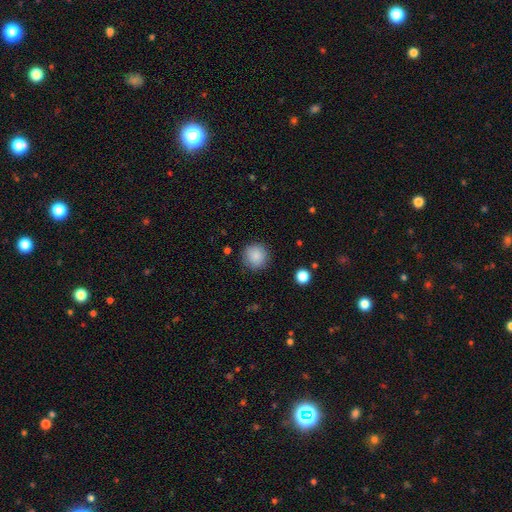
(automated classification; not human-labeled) Smooth or featured?
  - smooth: 87% *
  - star or artifact: 9%
  - featured or disk: 4%
How rounded?
  - round: 94% *
  - in between: 5%
  - cigar-shaped: 1%
Merging?
  - none: 87% *
  - minor disturbance: 9%
  - major disturbance: 3%
  - merger: 1%